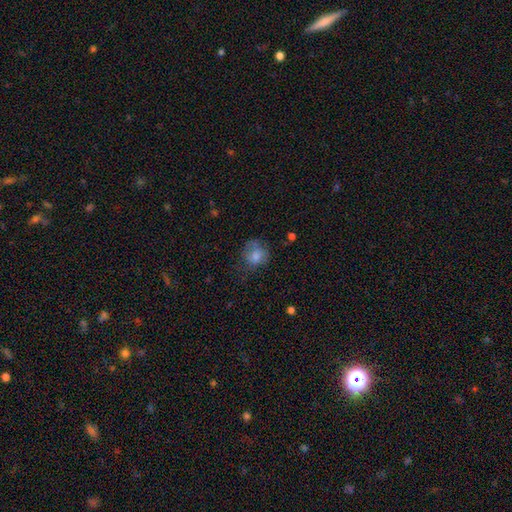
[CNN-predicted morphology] type=smooth (72%); roundness=round (69%); merging=none (49%).